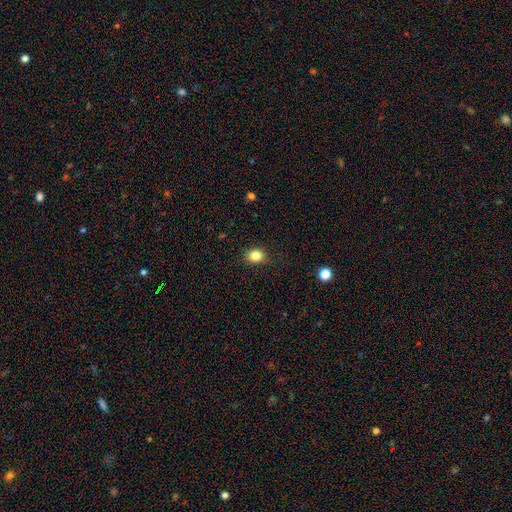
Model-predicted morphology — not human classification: Smooth or featured?
  - smooth: 84% *
  - star or artifact: 11%
  - featured or disk: 5%
How rounded?
  - round: 56% *
  - in between: 43%
  - cigar-shaped: 1%
Merging?
  - none: 87% *
  - minor disturbance: 10%
  - major disturbance: 3%
  - merger: 1%